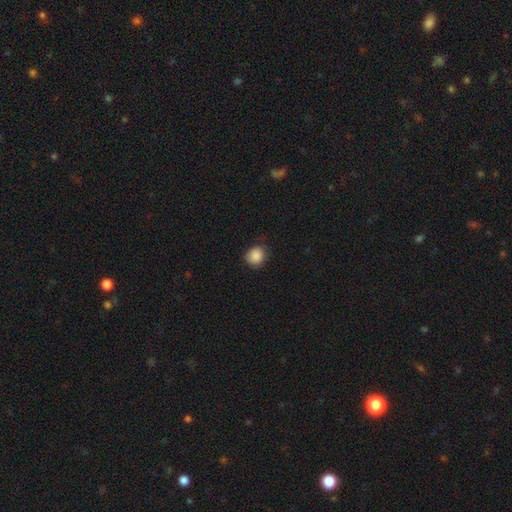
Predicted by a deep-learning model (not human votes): Smooth or featured? Predicted: smooth (p=0.88). How rounded? Predicted: round (p=0.77). Merging? Predicted: none (p=0.78).